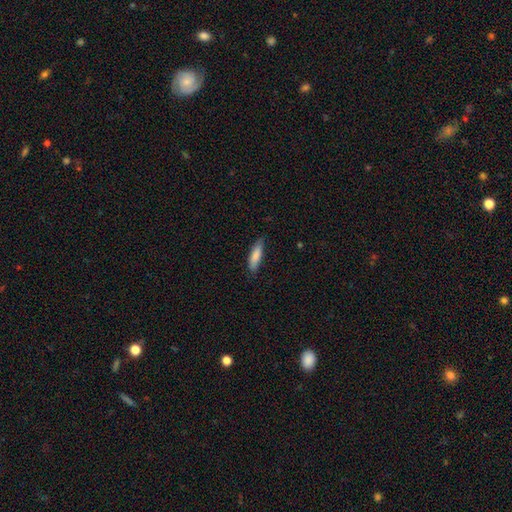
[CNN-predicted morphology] Smooth or featured?
  - smooth: 83% *
  - featured or disk: 12%
  - star or artifact: 6%
How rounded?
  - cigar-shaped: 67% *
  - in between: 32%
  - round: 1%
Merging?
  - none: 79% *
  - minor disturbance: 17%
  - major disturbance: 3%
  - merger: 1%